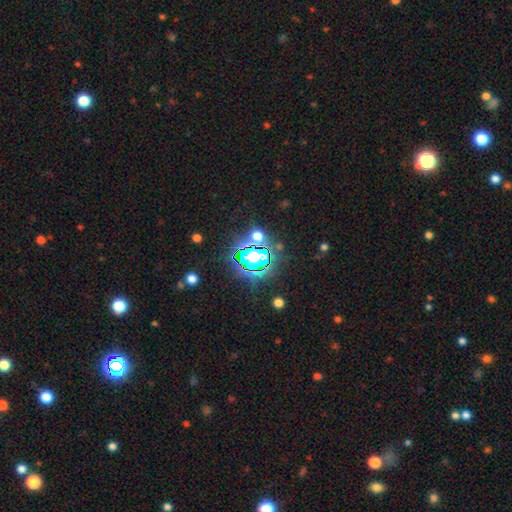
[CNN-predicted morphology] smooth-or-featured: star or artifact: 67% | smooth: 22% | featured or disk: 11%